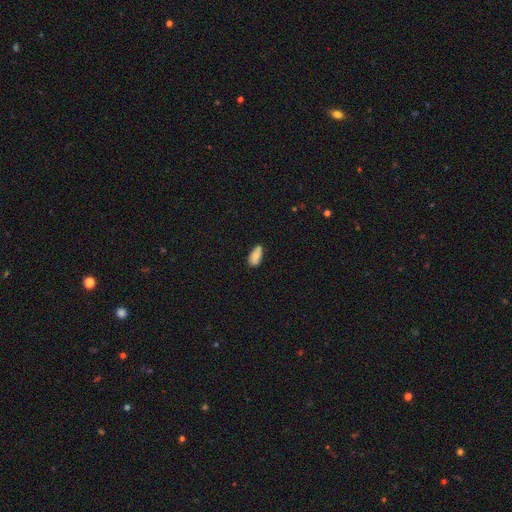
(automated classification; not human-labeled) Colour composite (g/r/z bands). It shows a smooth galaxy with no disk features (82%) that is in between round and cigar-shaped (91%). Merging: none (69%).